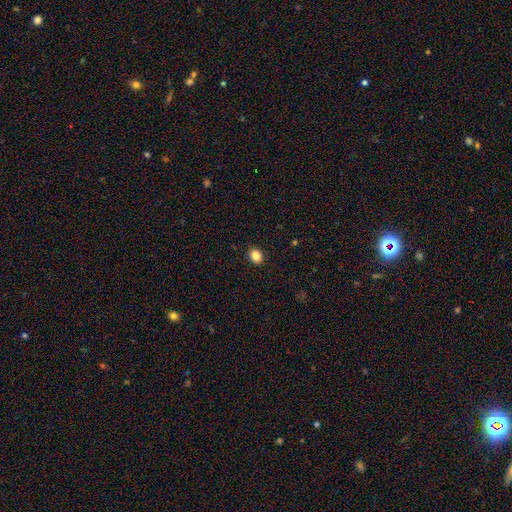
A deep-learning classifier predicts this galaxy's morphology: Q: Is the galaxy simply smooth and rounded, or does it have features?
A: smooth — 86%.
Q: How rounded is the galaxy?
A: in between — 50%.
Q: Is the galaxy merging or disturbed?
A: none — 90%.